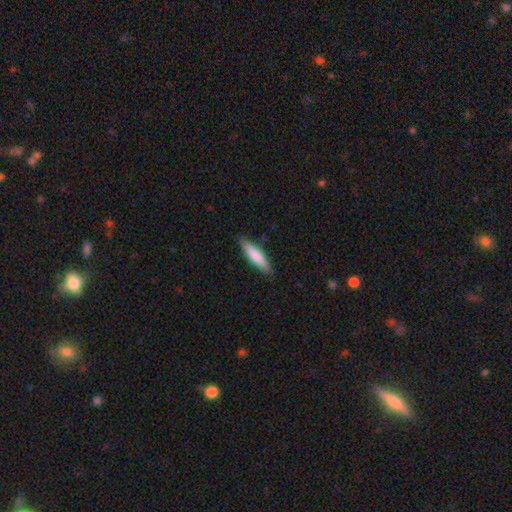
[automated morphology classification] This is likely a smooth galaxy (75%). How rounded: likely cigar-shaped (76%). Merging: clearly none (87%).